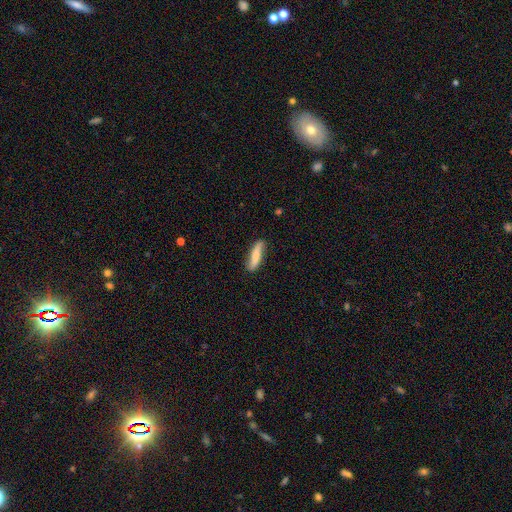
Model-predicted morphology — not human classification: smooth-or-featured: smooth: 59% | featured or disk: 35% | star or artifact: 6%
  how-rounded: cigar-shaped: 72% | in between: 26% | round: 2%
  merging: none: 79% | minor disturbance: 16% | major disturbance: 3% | merger: 2%